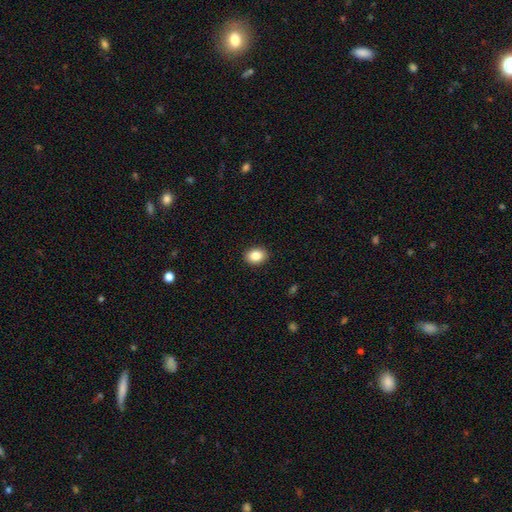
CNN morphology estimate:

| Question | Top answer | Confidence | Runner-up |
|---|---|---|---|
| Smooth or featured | smooth | 87% | star or artifact (8%) |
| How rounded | in between | 65% | round (34%) |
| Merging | none | 91% | minor disturbance (7%) |